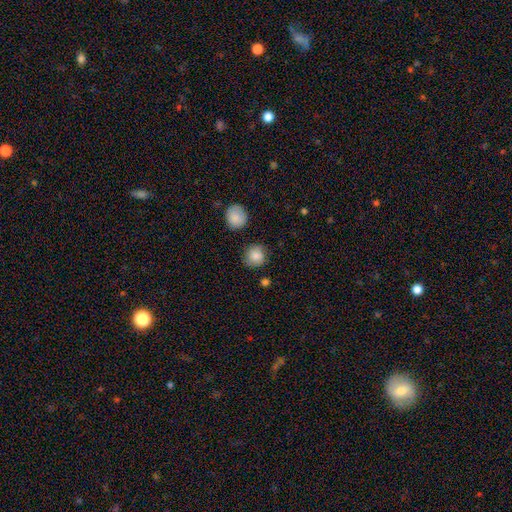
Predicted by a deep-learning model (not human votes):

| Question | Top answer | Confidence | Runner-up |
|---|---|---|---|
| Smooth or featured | smooth | 84% | star or artifact (8%) |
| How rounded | round | 89% | in between (11%) |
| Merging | none | 80% | minor disturbance (13%) |